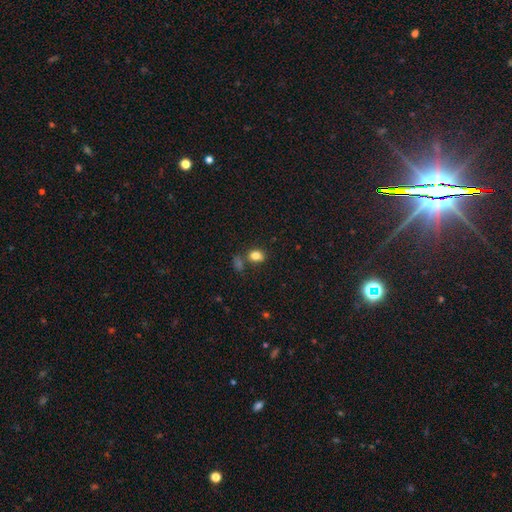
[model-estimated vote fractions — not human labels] A smooth galaxy with no disk features (82%) that is in between round and cigar-shaped (65%).

Vote fractions:
- Smooth or featured? smooth: 82% / star or artifact: 11% / featured or disk: 7%
- How rounded? in between: 65% / round: 34% / cigar-shaped: 1%
- Merging? none: 64% / merger: 16% / minor disturbance: 15% / major disturbance: 5%